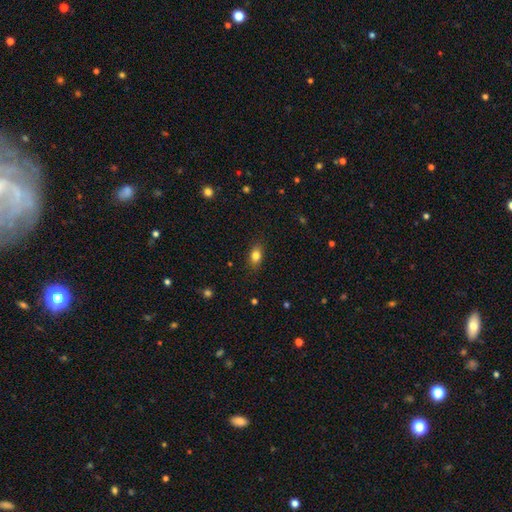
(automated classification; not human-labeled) Smooth or featured?
  - smooth: 82% *
  - star or artifact: 9%
  - featured or disk: 9%
How rounded?
  - in between: 81% *
  - round: 14%
  - cigar-shaped: 5%
Merging?
  - none: 85% *
  - minor disturbance: 11%
  - major disturbance: 3%
  - merger: 1%